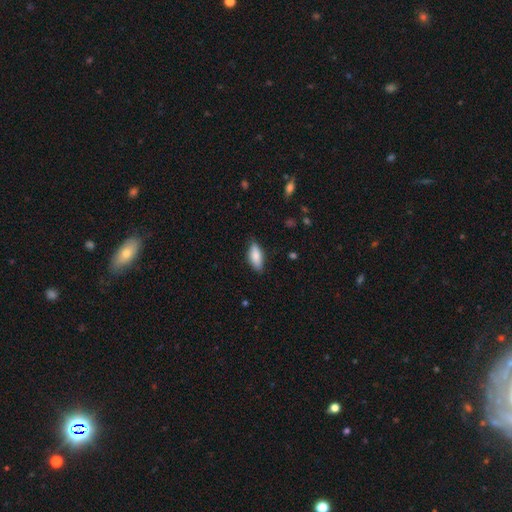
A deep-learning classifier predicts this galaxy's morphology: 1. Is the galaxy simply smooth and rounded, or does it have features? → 84% smooth, 10% featured or disk, 6% star or artifact.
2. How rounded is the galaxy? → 81% in between, 17% cigar-shaped, 2% round.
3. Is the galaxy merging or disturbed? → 82% none, 15% minor disturbance, 2% major disturbance, 1% merger.